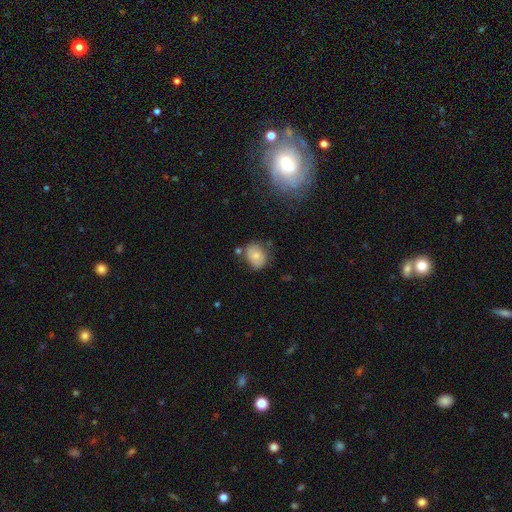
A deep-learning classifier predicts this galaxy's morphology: The model was most divided on "how rounded": in between: 50%, round: 49%, cigar-shaped: 1%. More confident: smooth or featured — smooth (66%); merging — none (61%).